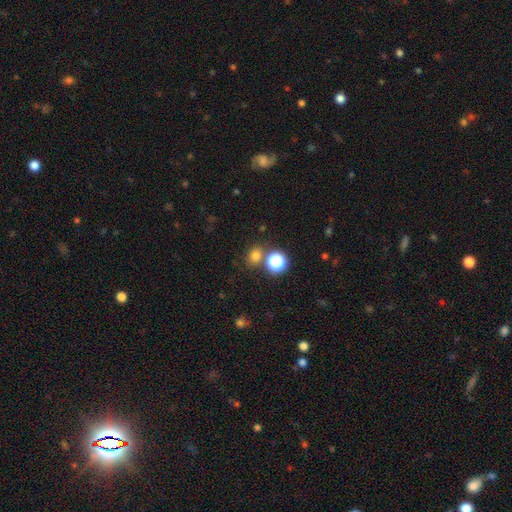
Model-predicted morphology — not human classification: A smooth galaxy with no disk features (73%) that is round (68%). Merging: none (74%).